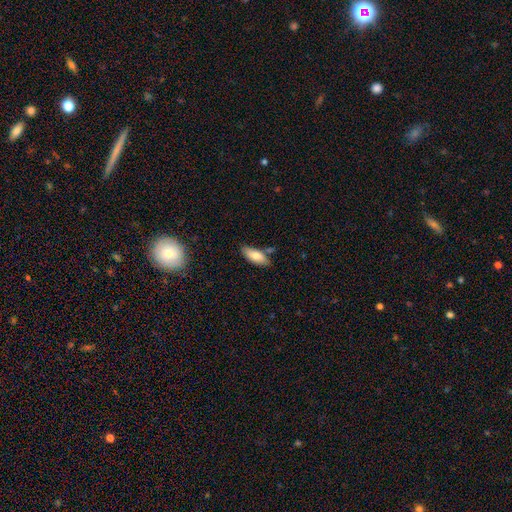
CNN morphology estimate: This appears to be a smooth galaxy with no disk features (77%) that is in between round and cigar-shaped (77%). Merging: none (74%).